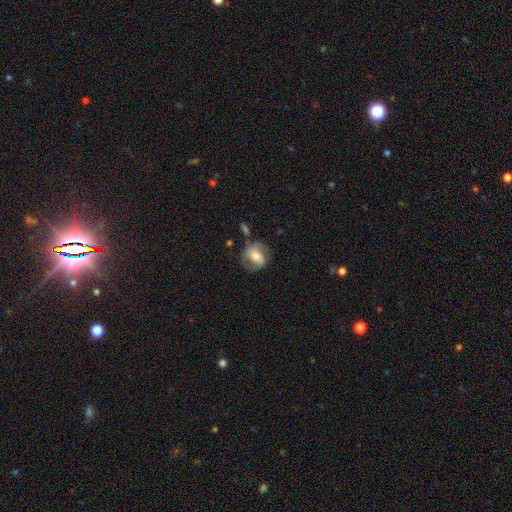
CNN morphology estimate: A featured or disk galaxy (50%). Merging: none (63%).